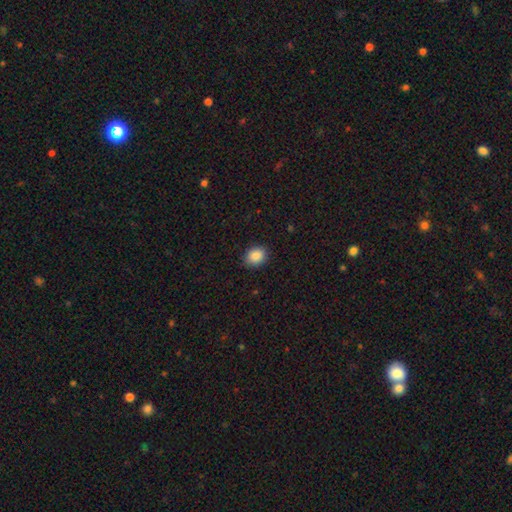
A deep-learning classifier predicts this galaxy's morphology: Smooth or featured?
  - smooth: 88% *
  - star or artifact: 9%
  - featured or disk: 4%
How rounded?
  - round: 58% *
  - in between: 42%
  - cigar-shaped: 1%
Merging?
  - none: 89% *
  - minor disturbance: 8%
  - major disturbance: 2%
  - merger: 1%